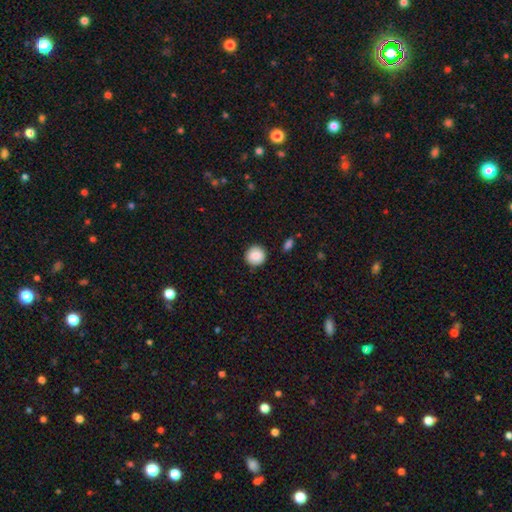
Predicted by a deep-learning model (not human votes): Smooth or featured? Predicted: smooth (p=0.87). How rounded? Predicted: round (p=0.93). Merging? Predicted: none (p=0.90).